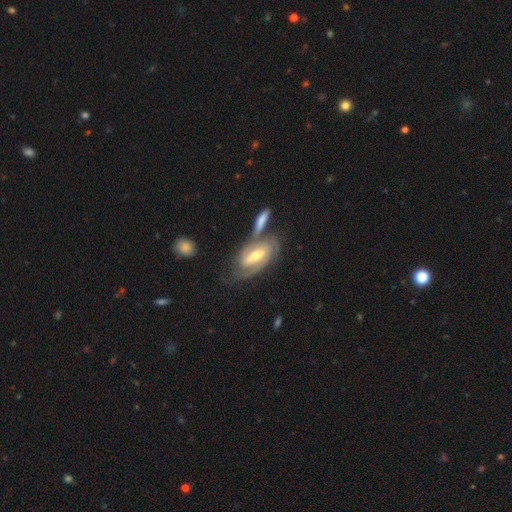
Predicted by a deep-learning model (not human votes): Smooth or featured? Predicted: featured or disk (p=0.82). Edge-on disk? Predicted: no (p=0.93). Bar? Predicted: weak (p=0.42). Spiral arms? Predicted: yes (p=0.94). Spiral winding? Predicted: tight (p=0.51). Spiral arm count? Predicted: 2 (p=0.70). Bulge size? Predicted: moderate (p=0.52). Merging? Predicted: none (p=0.55).